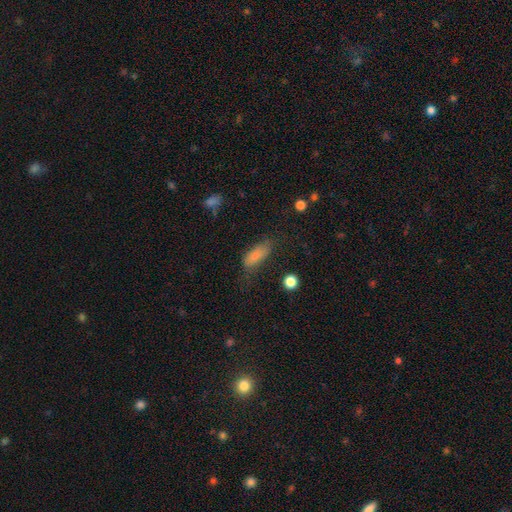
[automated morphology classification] Smooth or featured? smooth (80%)
How rounded? in between (70%)
Merging? none (56%)